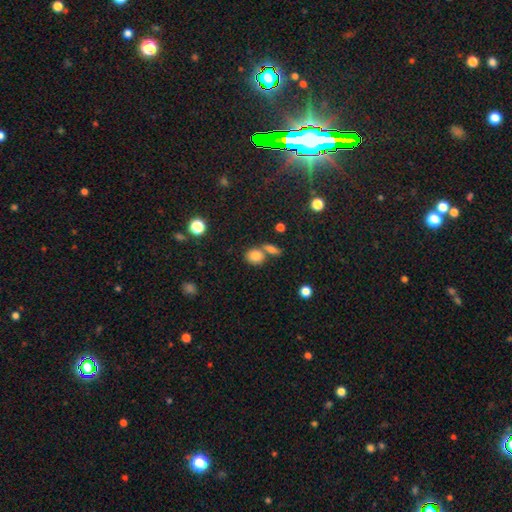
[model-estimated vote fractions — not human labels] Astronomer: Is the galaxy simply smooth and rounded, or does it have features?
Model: smooth — 80%.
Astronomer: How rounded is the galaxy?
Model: round — 68%.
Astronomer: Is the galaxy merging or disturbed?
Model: none — 53% (runner-up: merger, 34%).